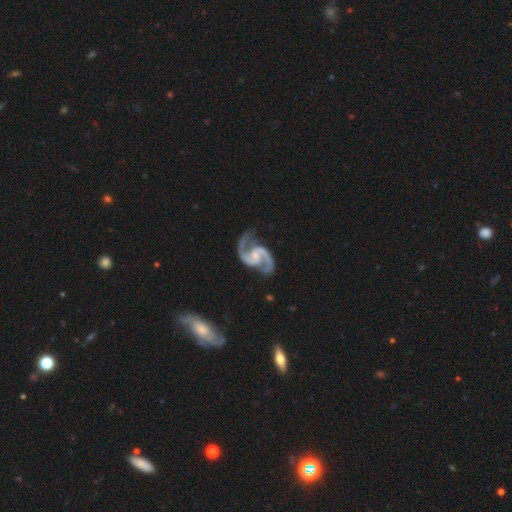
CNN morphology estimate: smooth-or-featured: featured or disk: 94% | star or artifact: 3% | smooth: 2%
  disk-edge-on: no: 98% | yes: 2%
    bar: no: 46% | weak: 41% | strong: 13%
    has-spiral-arms: yes: 99% | no: 1%
      spiral-winding: medium: 61% | loose: 28% | tight: 11%
      spiral-arm-count: 2: 95% | 3: 1% | can't tell: 1% | 1: 1% | 4: 1% | more than 4: 1%
    bulge-size: small: 65% | moderate: 26% | none: 7% | large: 1% | dominant: 1%
  merging: none: 73% | minor disturbance: 17% | major disturbance: 8% | merger: 2%